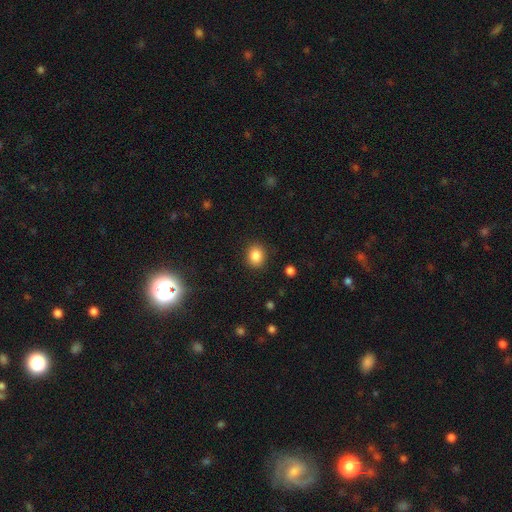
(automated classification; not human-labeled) smooth_or_featured: smooth (p=0.85) [alt: star or artifact p=0.10]
how_rounded: round (p=0.66) [alt: in between p=0.33]
merging: none (p=0.89) [alt: minor disturbance p=0.07]